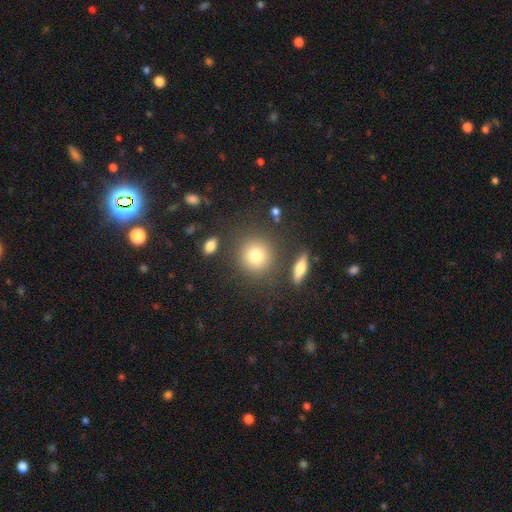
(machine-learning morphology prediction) Smooth or featured: smooth — 77% (star or artifact — 12%)
How rounded: round — 87% (in between — 12%)
Merging: none — 81% (minor disturbance — 9%)